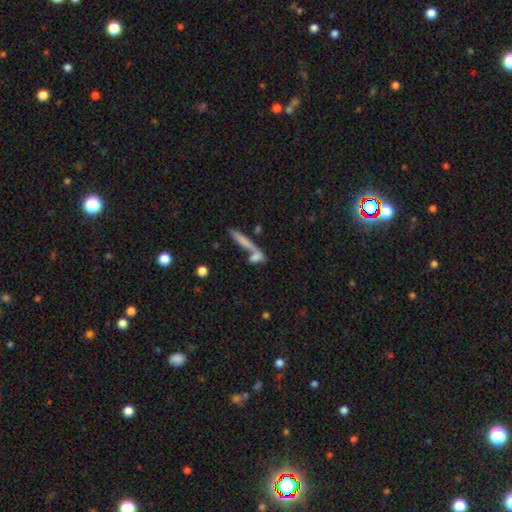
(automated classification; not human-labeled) A smooth galaxy with no disk features (69%) that is cigar-shaped (64%).

Vote fractions:
- Smooth or featured? smooth: 69% / featured or disk: 21% / star or artifact: 10%
- How rounded? cigar-shaped: 64% / in between: 29% / round: 7%
- Merging? merger: 45% / none: 40% / minor disturbance: 9% / major disturbance: 6%